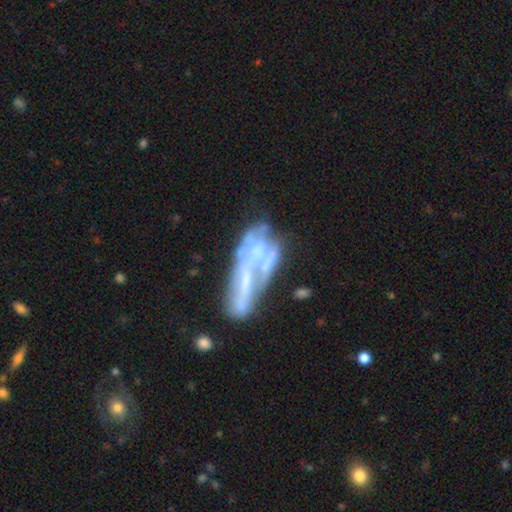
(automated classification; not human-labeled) Smooth or featured?
  - featured or disk: 67% *
  - smooth: 23%
  - star or artifact: 10%
Edge-on disk?
  - no: 90% *
  - yes: 10%
Bar?
  - no: 71% *
  - weak: 17%
  - strong: 12%
Spiral arms?
  - no: 75% *
  - yes: 25%
Bulge size?
  - none: 45% *
  - moderate: 25%
  - small: 22%
  - large: 6%
  - dominant: 2%
Merging?
  - none: 29% * (tied)
  - major disturbance: 29% * (tied)
  - merger: 23%
  - minor disturbance: 19%